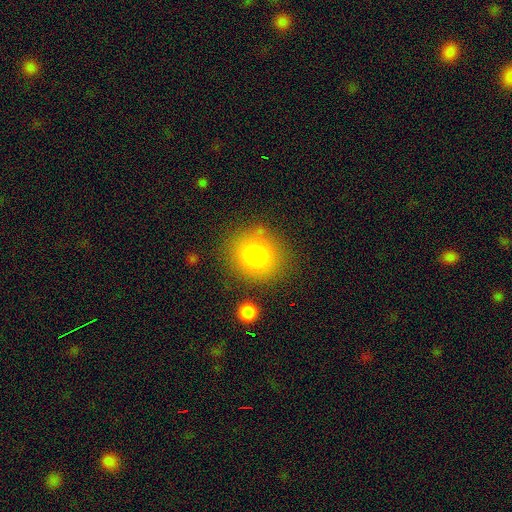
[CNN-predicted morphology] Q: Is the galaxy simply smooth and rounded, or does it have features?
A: smooth — 79%.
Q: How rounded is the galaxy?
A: round — 84%.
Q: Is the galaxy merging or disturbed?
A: none — 80%.